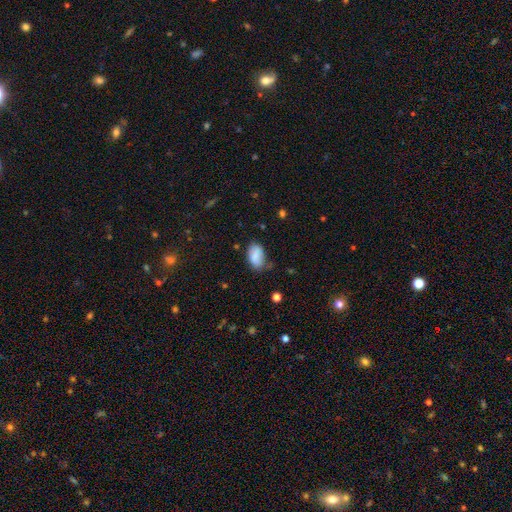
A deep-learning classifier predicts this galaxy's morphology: A smooth galaxy with no disk features (86%) that is in between round and cigar-shaped (92%). Merging: none (66%).